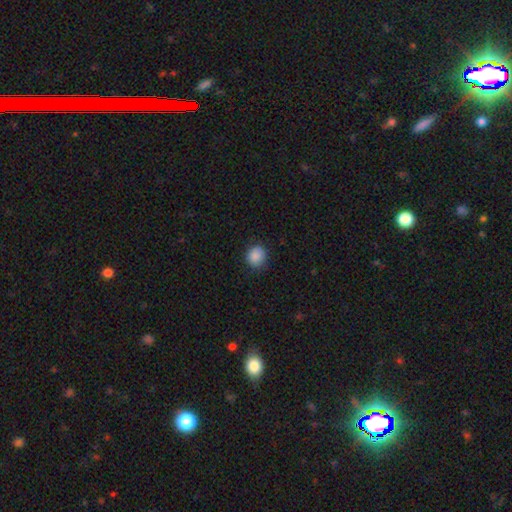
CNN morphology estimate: Smooth or featured?
  - smooth: 88% *
  - star or artifact: 9%
  - featured or disk: 3%
How rounded?
  - round: 85% *
  - in between: 14%
  - cigar-shaped: 1%
Merging?
  - none: 84% *
  - minor disturbance: 12%
  - major disturbance: 3%
  - merger: 1%